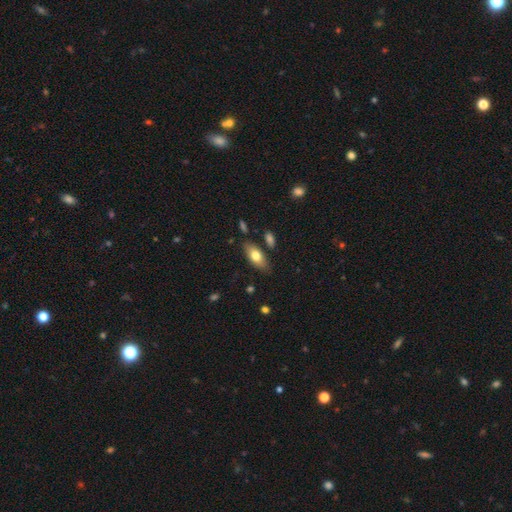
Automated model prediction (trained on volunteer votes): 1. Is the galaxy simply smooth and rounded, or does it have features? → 73% smooth, 21% featured or disk, 6% star or artifact.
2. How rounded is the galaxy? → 84% in between, 13% cigar-shaped, 3% round.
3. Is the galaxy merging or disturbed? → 80% none, 13% minor disturbance, 4% merger, 3% major disturbance.